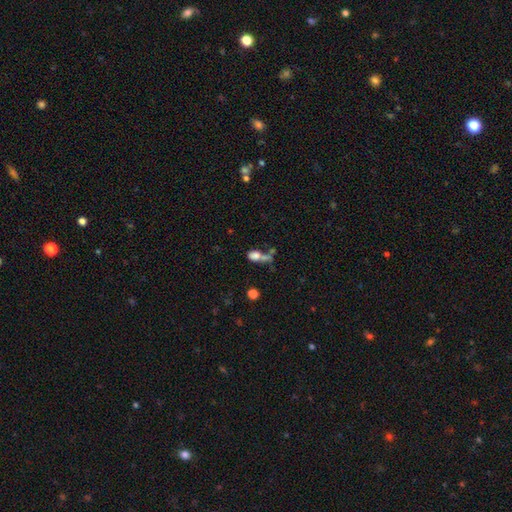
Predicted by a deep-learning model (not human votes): A smooth galaxy with no disk features (70%) that is in between round and cigar-shaped (73%). Merging: merger (42%).